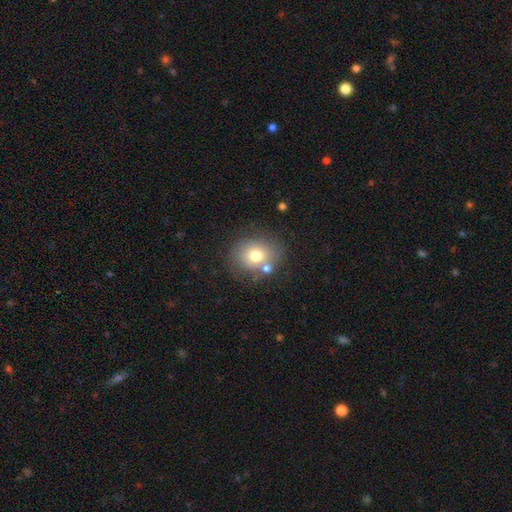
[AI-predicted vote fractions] This appears to be a smooth galaxy with no disk features (71%) that is round (65%). Merging: none (67%).